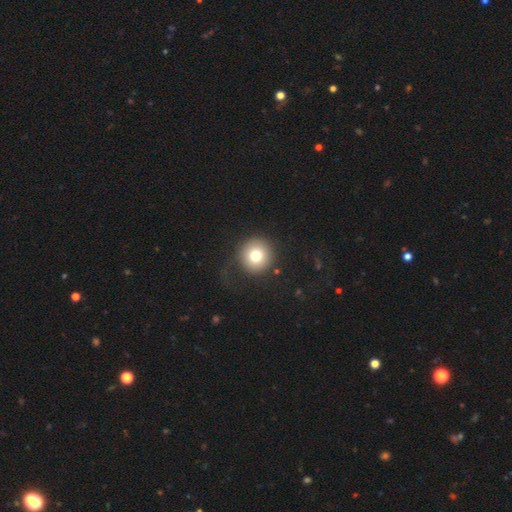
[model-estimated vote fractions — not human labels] A smooth galaxy with no disk features (77%) that is round (95%).

Vote fractions:
- Smooth or featured? smooth: 77% / featured or disk: 13% / star or artifact: 11%
- How rounded? round: 95% / in between: 4% / cigar-shaped: 1%
- Merging? none: 82% / minor disturbance: 10% / major disturbance: 7% / merger: 2%